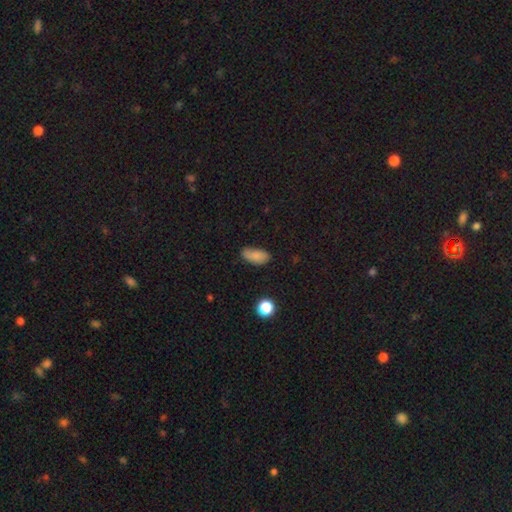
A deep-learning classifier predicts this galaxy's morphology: smooth 84%, star or artifact 9%, featured or disk 7%. Down the decision tree: how rounded — in between (90%); merging — none (70%).